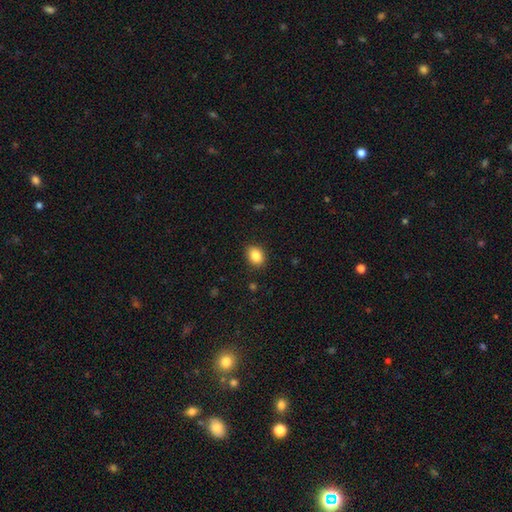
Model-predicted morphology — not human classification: A smooth galaxy with no disk features (86%) that is in between round and cigar-shaped (62%). Merging: none (89%).